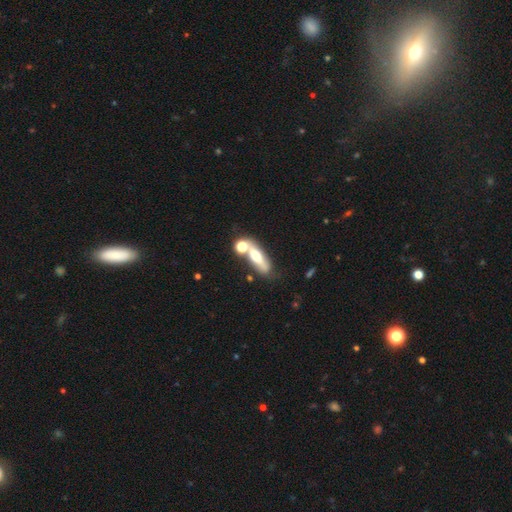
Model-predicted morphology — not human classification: Overall: smooth (49%; featured or disk 42%). Merging: none (47%; merger 30%).